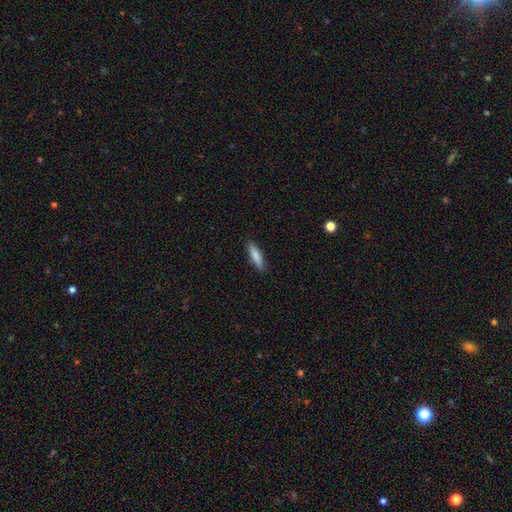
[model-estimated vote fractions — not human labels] smooth_or_featured: smooth (p=0.83) [alt: featured or disk p=0.12]
how_rounded: cigar-shaped (p=0.73) [alt: in between p=0.26]
merging: none (p=0.88) [alt: minor disturbance p=0.09]